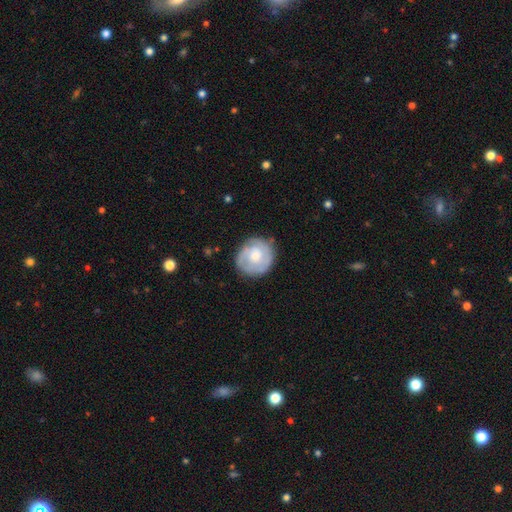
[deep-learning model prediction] Overall: featured or disk (59%; smooth 36%). Edge-on disk: no (98%). Bar: no (77%). Spiral arms: yes (77%). Bulge size: moderate (51%; small 42%). Merging: none (77%).